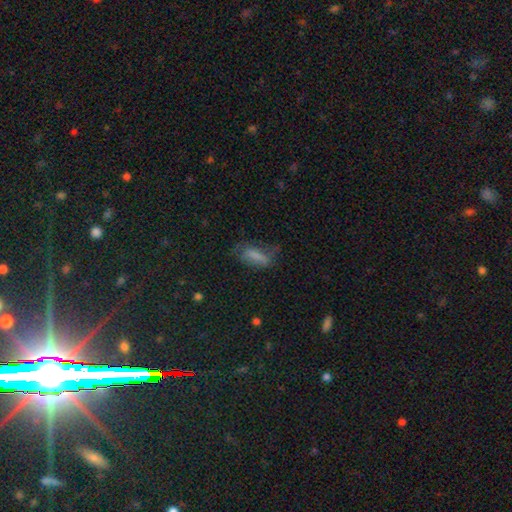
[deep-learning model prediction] This appears to be a smooth galaxy with no disk features (68%) that is in between round and cigar-shaped (64%). Merging: none (45%).